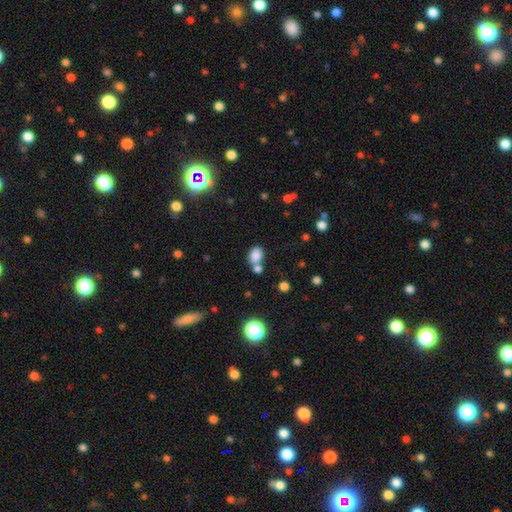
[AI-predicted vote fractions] Morphology: type=smooth (82%); roundness=in between (72%); merging=none (50%).